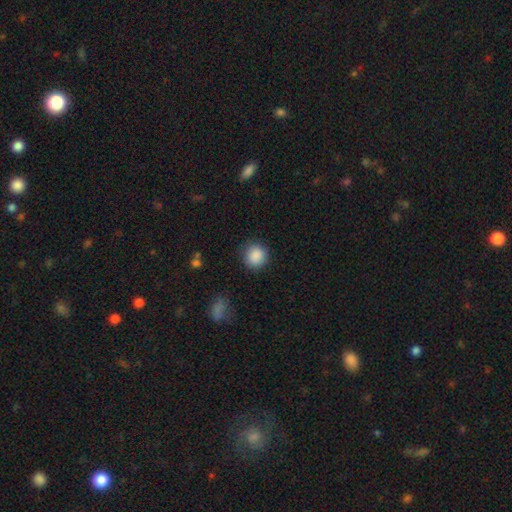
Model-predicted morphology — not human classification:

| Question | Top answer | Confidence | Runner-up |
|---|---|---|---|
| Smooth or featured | smooth | 89% | star or artifact (8%) |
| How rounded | round | 90% | in between (9%) |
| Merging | none | 87% | minor disturbance (9%) |